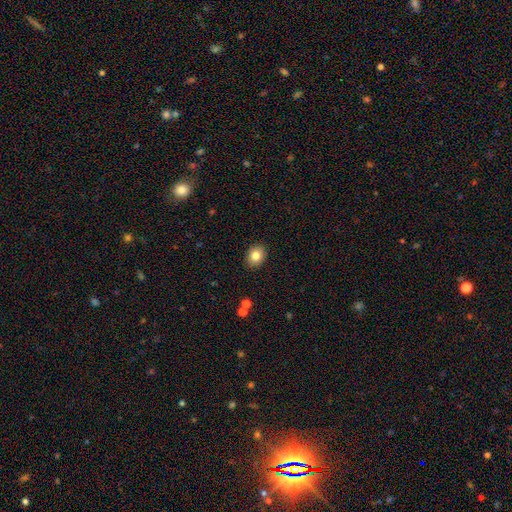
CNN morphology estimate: smooth-or-featured: smooth: 82% | star or artifact: 10% | featured or disk: 8%
  how-rounded: round: 53% | in between: 46% | cigar-shaped: 1%
  merging: none: 90% | minor disturbance: 7% | major disturbance: 2% | merger: 1%